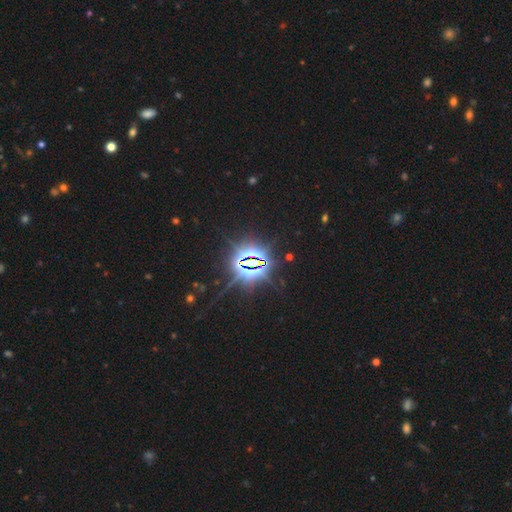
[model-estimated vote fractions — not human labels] Smooth or featured?
  - star or artifact: 86% *
  - featured or disk: 8%
  - smooth: 7%